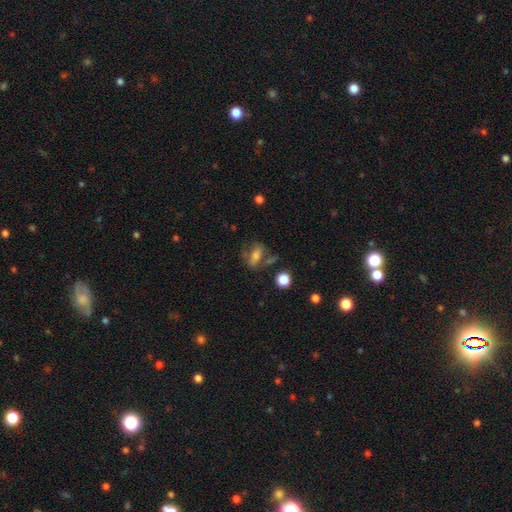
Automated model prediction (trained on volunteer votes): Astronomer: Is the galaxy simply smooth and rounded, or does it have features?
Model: smooth — 54% (runner-up: featured or disk, 34%).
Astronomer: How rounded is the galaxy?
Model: in between — 70%.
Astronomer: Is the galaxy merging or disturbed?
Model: none — 53%.